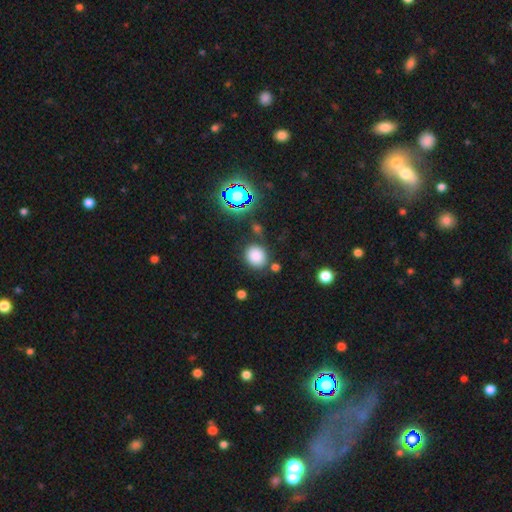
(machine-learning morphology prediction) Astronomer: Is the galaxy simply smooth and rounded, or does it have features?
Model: smooth — 81%.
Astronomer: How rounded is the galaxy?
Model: round — 69%.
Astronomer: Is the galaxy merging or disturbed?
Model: none — 80%.